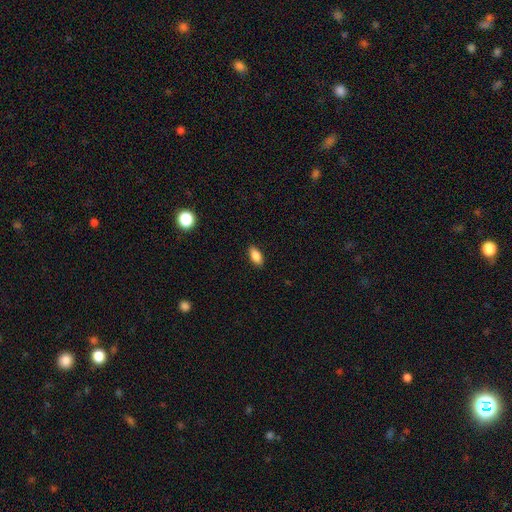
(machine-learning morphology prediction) A smooth galaxy with no disk features (86%) that is in between round and cigar-shaped (89%).

Vote fractions:
- Smooth or featured? smooth: 86% / star or artifact: 8% / featured or disk: 6%
- How rounded? in between: 89% / cigar-shaped: 7% / round: 4%
- Merging? none: 88% / minor disturbance: 9% / major disturbance: 2% / merger: 1%